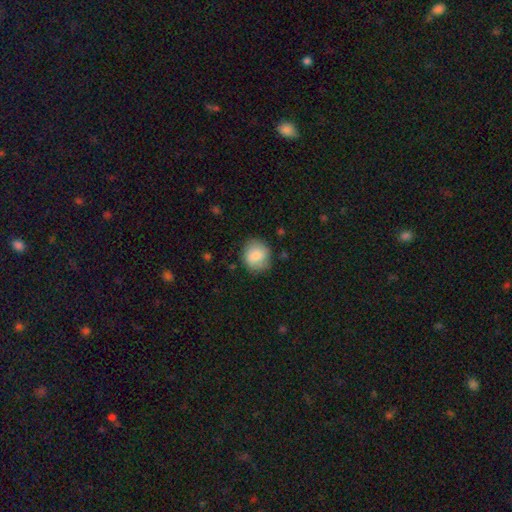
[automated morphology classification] Smooth or featured? Predicted: smooth (p=0.83). How rounded? Predicted: round (p=0.80). Merging? Predicted: none (p=0.79).